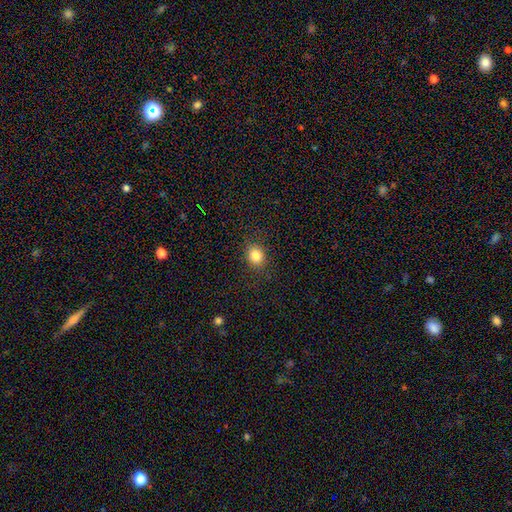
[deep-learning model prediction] The model was most divided on "how rounded": round: 62%, in between: 37%, cigar-shaped: 1%. More confident: merging — none (88%); smooth or featured — smooth (84%).